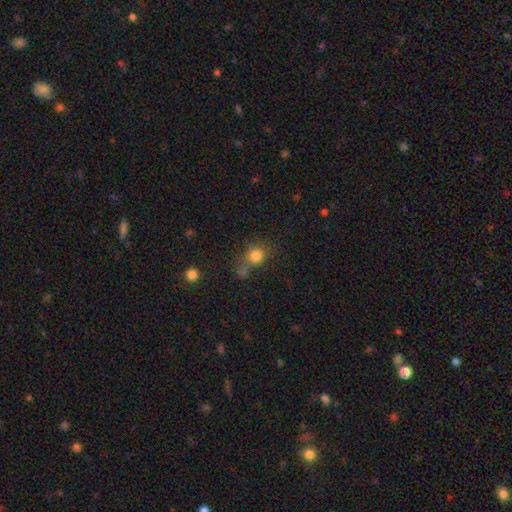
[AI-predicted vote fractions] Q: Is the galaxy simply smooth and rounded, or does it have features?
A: smooth — 80%.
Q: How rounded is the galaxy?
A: round — 77%.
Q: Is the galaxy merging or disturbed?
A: none — 49%.